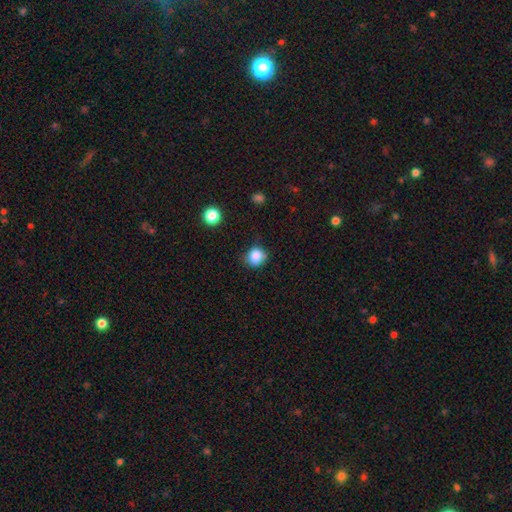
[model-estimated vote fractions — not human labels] This is clearly a smooth galaxy (84%). How rounded: likely round (79%). Merging: likely none (71%).